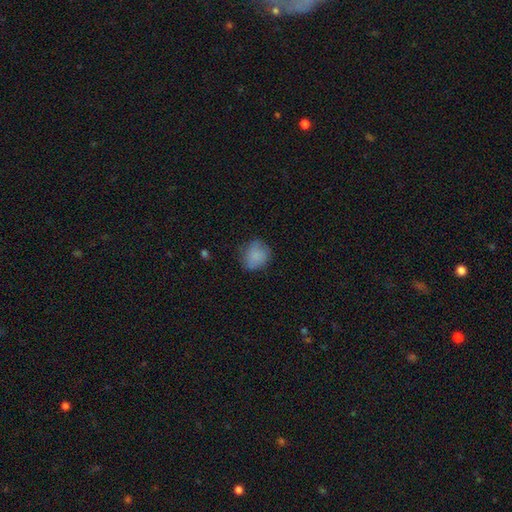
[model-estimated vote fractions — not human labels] The model was most divided on "merging": none: 69%, minor disturbance: 23%, major disturbance: 6%, merger: 1%. More confident: smooth or featured — smooth (83%); how rounded — round (75%).